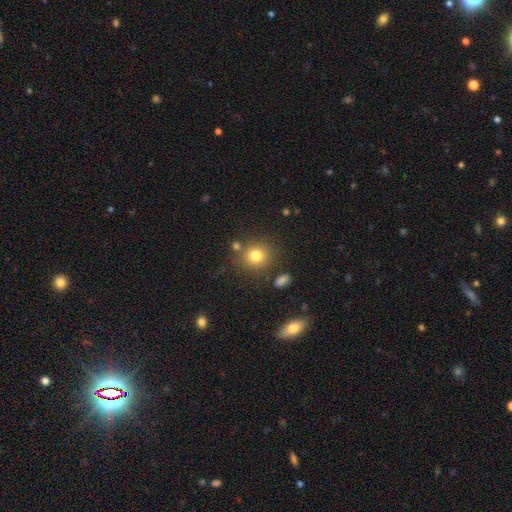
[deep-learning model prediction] Smooth or featured?
  - smooth: 78% *
  - star or artifact: 13%
  - featured or disk: 9%
How rounded?
  - round: 84% *
  - in between: 15%
  - cigar-shaped: 1%
Merging?
  - none: 78% *
  - minor disturbance: 10%
  - merger: 8%
  - major disturbance: 4%